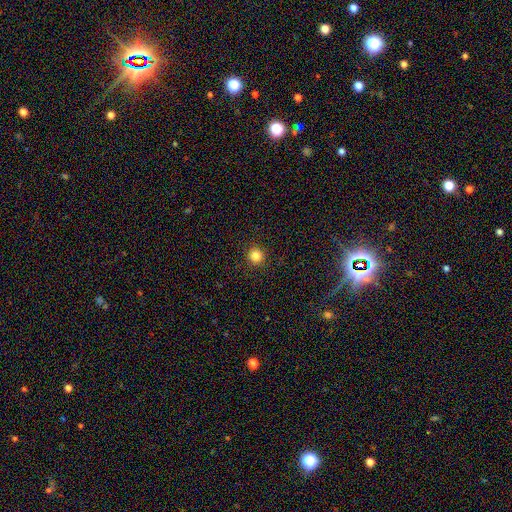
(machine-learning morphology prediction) Q: Smooth or featured?
A: smooth (83%); runner-up: star or artifact (13%)
Q: How rounded?
A: round (95%); runner-up: in between (4%)
Q: Merging?
A: none (93%); runner-up: minor disturbance (4%)